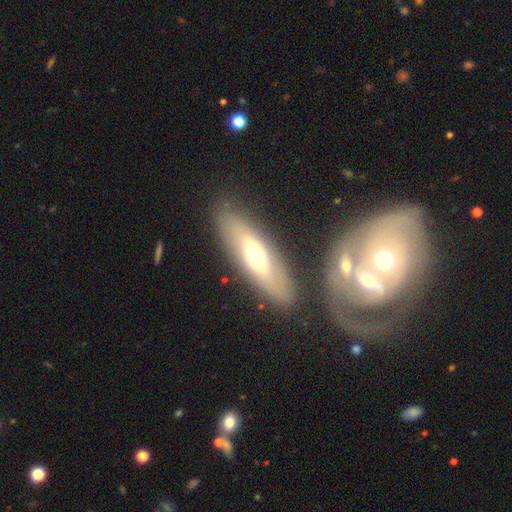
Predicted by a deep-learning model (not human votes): This is possibly a featured or disk galaxy (49%). Merging: likely none (79%).